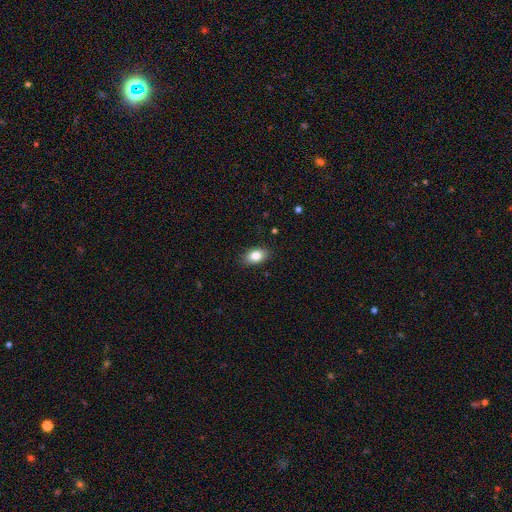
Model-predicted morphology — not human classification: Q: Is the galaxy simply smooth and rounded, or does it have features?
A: smooth — 84%.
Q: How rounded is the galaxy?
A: in between — 87%.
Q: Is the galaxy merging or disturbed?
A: none — 87%.